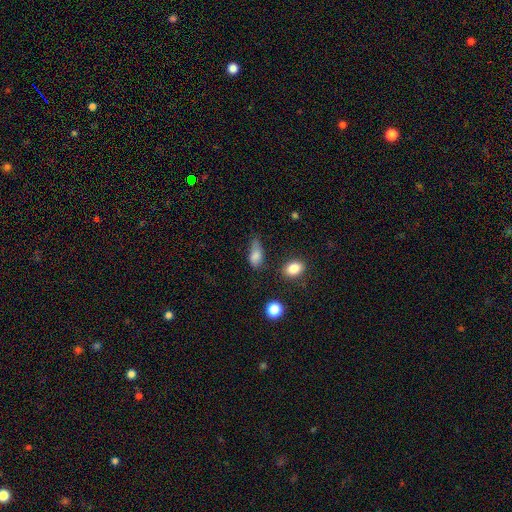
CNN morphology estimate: type=smooth (80%); roundness=in between (83%); merging=minor disturbance (40%).